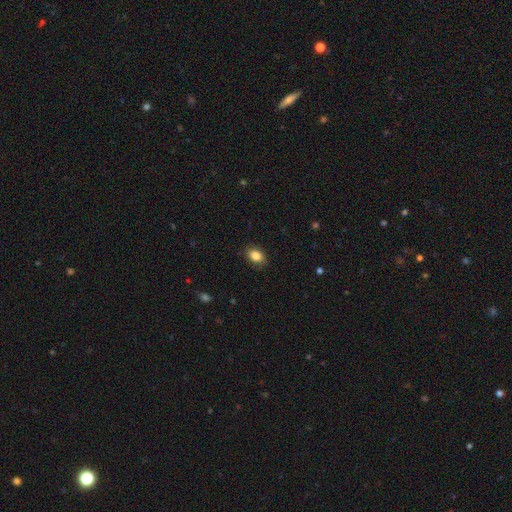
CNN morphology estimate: Smooth or featured?
  - smooth: 86% *
  - star or artifact: 9%
  - featured or disk: 5%
How rounded?
  - in between: 80% *
  - round: 19%
  - cigar-shaped: 1%
Merging?
  - none: 86% *
  - minor disturbance: 10%
  - major disturbance: 3%
  - merger: 1%